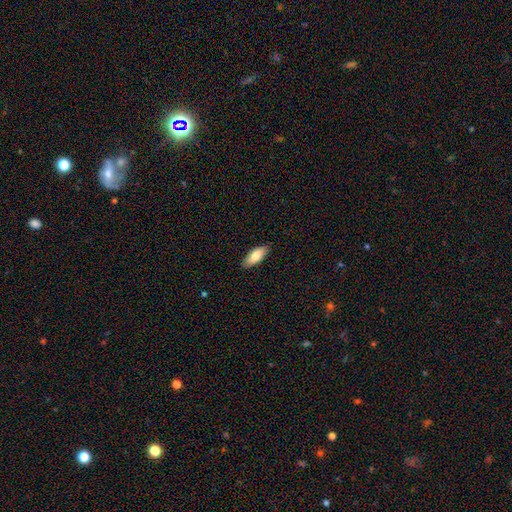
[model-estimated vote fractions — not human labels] Smooth or featured? smooth (79%)
How rounded? in between (78%)
Merging? none (88%)